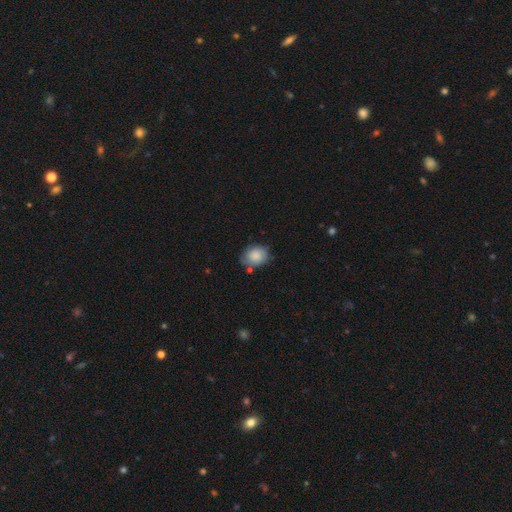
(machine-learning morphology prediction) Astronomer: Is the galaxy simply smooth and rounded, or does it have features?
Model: smooth — 80%.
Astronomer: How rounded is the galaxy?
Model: in between — 52% (runner-up: round, 47%).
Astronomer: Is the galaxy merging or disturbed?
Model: none — 64%.